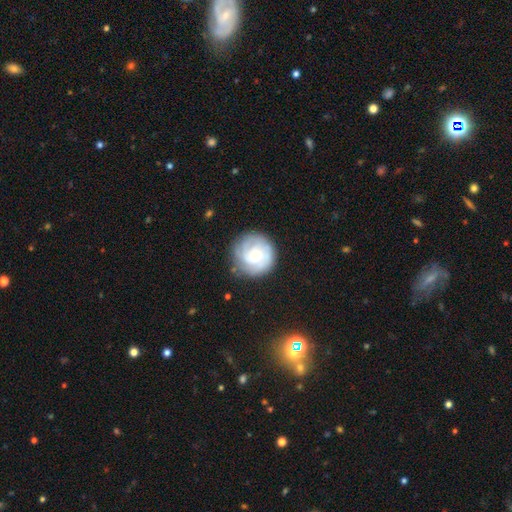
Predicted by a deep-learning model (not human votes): Q: Smooth or featured?
A: featured or disk (65%); runner-up: smooth (29%)
Q: Edge-on disk?
A: no (98%); runner-up: yes (2%)
Q: Bar?
A: no (73%); runner-up: weak (23%)
Q: Spiral arms?
A: yes (86%); runner-up: no (14%)
Q: Spiral winding?
A: tight (63%); runner-up: medium (27%)
Q: Spiral arm count?
A: can't tell (39%); runner-up: 3 (22%)
Q: Bulge size?
A: small (47%); tied with: moderate (47%)
Q: Merging?
A: none (78%); runner-up: minor disturbance (15%)